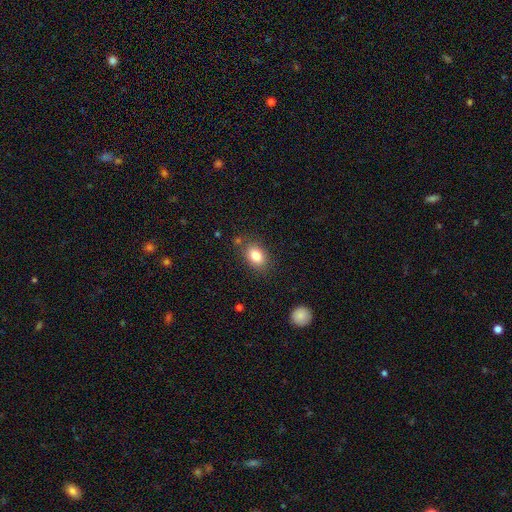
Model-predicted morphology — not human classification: smooth-or-featured: smooth: 83% | star or artifact: 9% | featured or disk: 8%
  how-rounded: in between: 79% | round: 20% | cigar-shaped: 1%
  merging: none: 81% | minor disturbance: 12% | merger: 4% | major disturbance: 3%